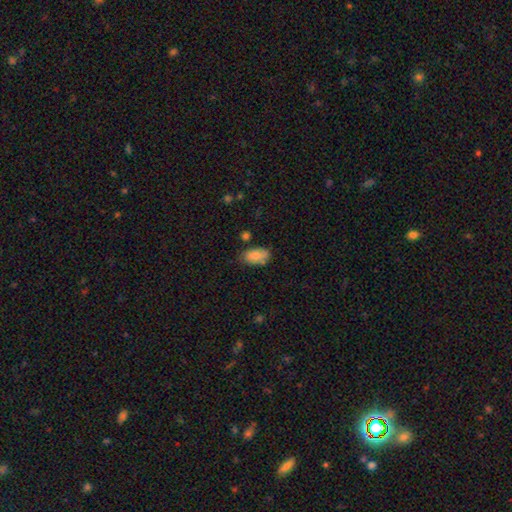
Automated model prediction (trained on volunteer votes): This appears to be a smooth galaxy with no disk features (82%) that is in between round and cigar-shaped (93%). Merging: none (65%).